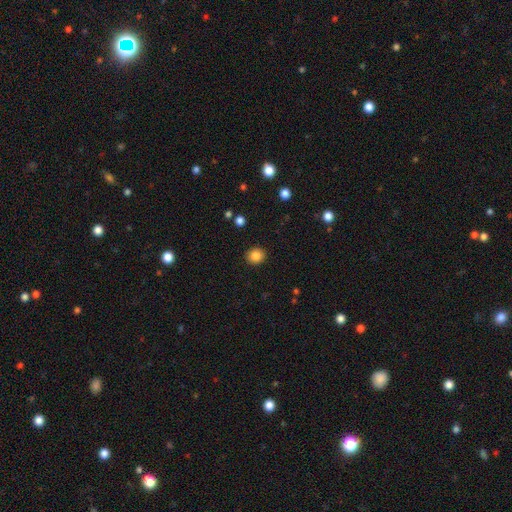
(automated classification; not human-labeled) A smooth galaxy with no disk features (85%) that is round (85%). Merging: none (91%).